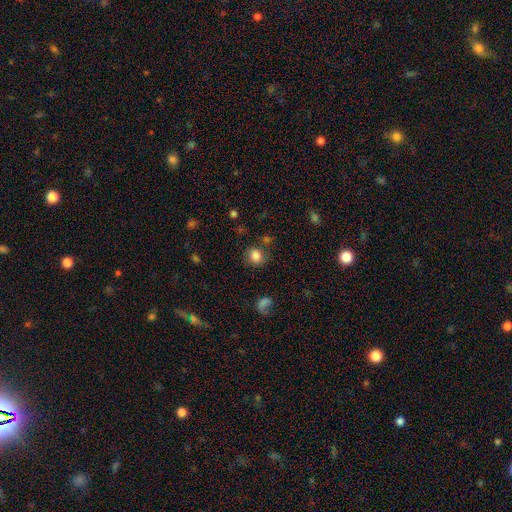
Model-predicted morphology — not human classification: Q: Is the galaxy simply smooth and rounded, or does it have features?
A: smooth — 84%.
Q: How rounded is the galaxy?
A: round — 73%.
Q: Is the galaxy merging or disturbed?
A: none — 78%.